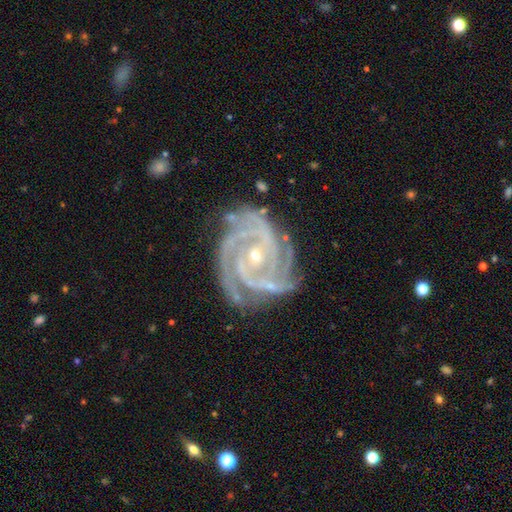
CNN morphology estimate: smooth_or_featured: featured or disk (p=0.93) [alt: star or artifact p=0.05]
disk_edge_on: no (p=0.98) [alt: yes p=0.02]
bar: no (p=0.53) [alt: weak p=0.29]
has_spiral_arms: yes (p=0.99) [alt: no p=0.01]
spiral_winding: tight (p=0.73) [alt: medium p=0.24]
spiral_arm_count: 3 (p=0.37) [alt: 4 p=0.29]
bulge_size: small (p=0.74) [alt: moderate p=0.23]
merging: none (p=0.70) [alt: minor disturbance p=0.21]